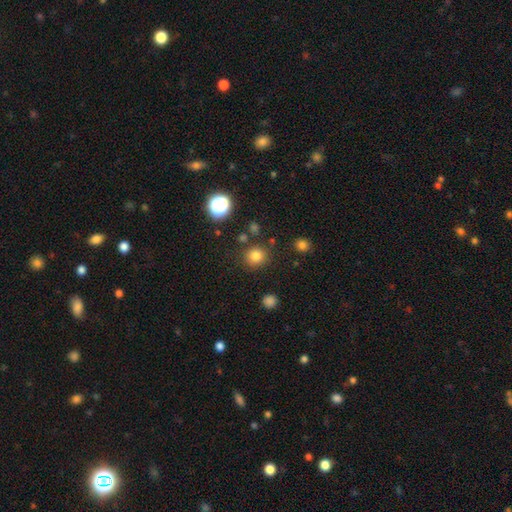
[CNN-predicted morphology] Smooth or featured? smooth (80%)
How rounded? round (90%)
Merging? none (84%)